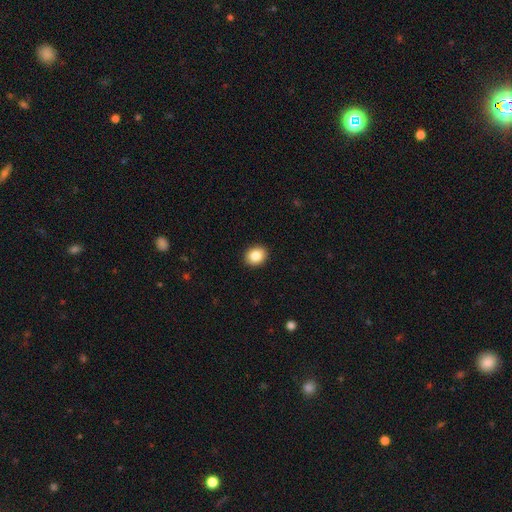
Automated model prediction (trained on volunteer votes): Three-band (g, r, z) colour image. It shows a smooth galaxy with no disk features (84%) that is round (59%). Merging: none (92%).